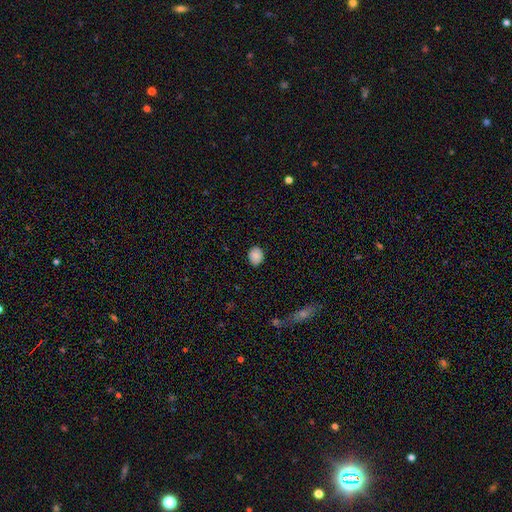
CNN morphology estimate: Q: Smooth or featured?
A: smooth (86%); runner-up: star or artifact (8%)
Q: How rounded?
A: round (56%); runner-up: in between (43%)
Q: Merging?
A: none (85%); runner-up: minor disturbance (12%)